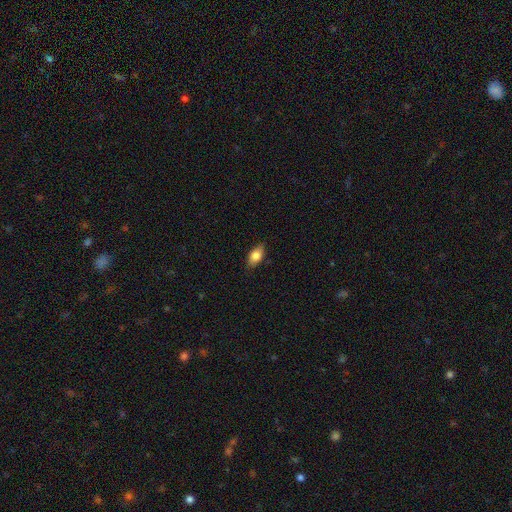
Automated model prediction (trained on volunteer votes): Smooth or featured: smooth — 80% (featured or disk — 13%)
How rounded: in between — 88% (cigar-shaped — 7%)
Merging: none — 85% (minor disturbance — 12%)